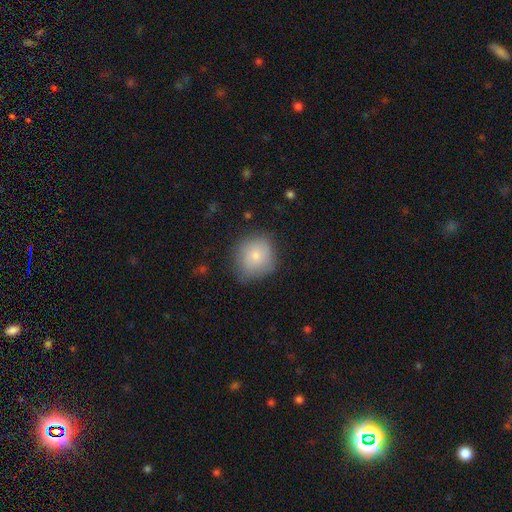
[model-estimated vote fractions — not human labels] Smooth or featured? Predicted: smooth (p=0.78). How rounded? Predicted: round (p=0.84). Merging? Predicted: none (p=0.69).